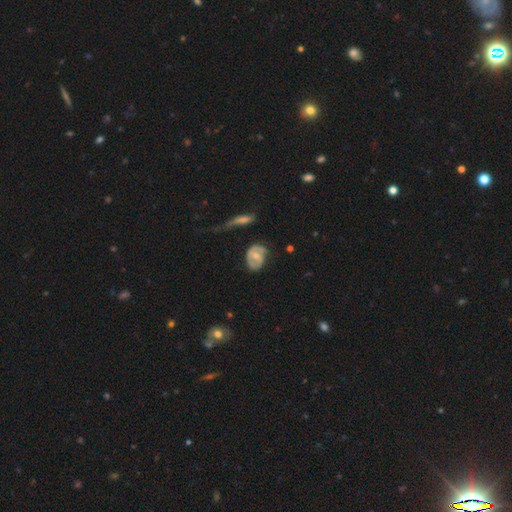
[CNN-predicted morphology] Smooth or featured: featured or disk — 59% (smooth — 35%)
Edge-on disk: no — 95% (yes — 5%)
Bar: no — 58% (weak — 32%)
Spiral arms: yes — 69% (no — 31%)
Bulge size: moderate — 51% (small — 43%)
Merging: none — 47% (minor disturbance — 30%)